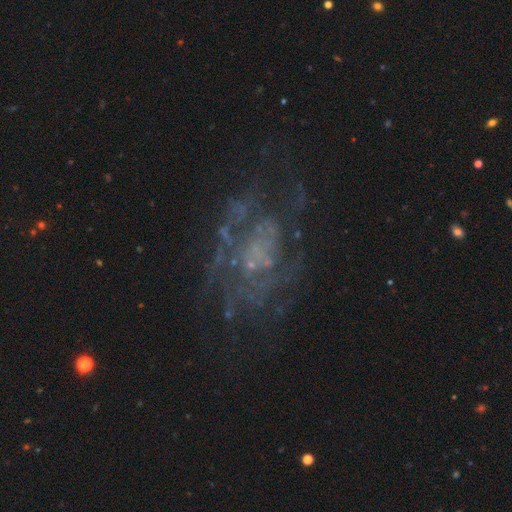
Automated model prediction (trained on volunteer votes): Smooth or featured?
  - featured or disk: 76% *
  - star or artifact: 14%
  - smooth: 10%
Edge-on disk?
  - no: 97% *
  - yes: 3%
Bar?
  - no: 81% *
  - weak: 15%
  - strong: 3%
Spiral arms?
  - yes: 66% *
  - no: 34%
Bulge size?
  - none: 47% *
  - small: 38%
  - moderate: 11%
  - large: 3%
  - dominant: 1%
Merging?
  - none: 56% *
  - major disturbance: 23%
  - minor disturbance: 17%
  - merger: 3%